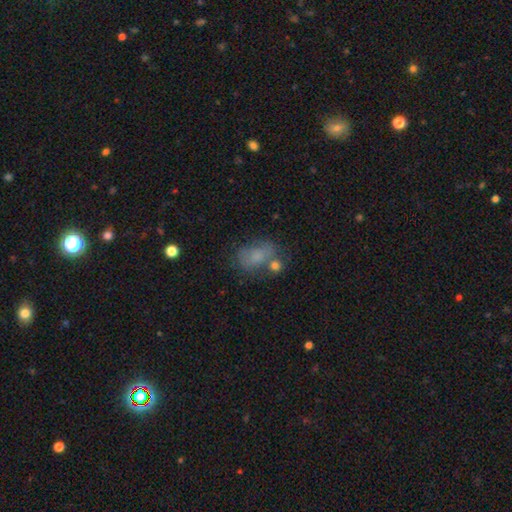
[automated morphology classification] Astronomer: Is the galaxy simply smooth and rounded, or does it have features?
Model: smooth — 68%.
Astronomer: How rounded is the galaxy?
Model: in between — 80%.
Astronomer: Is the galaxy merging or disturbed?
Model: none — 45% (runner-up: minor disturbance, 22%).